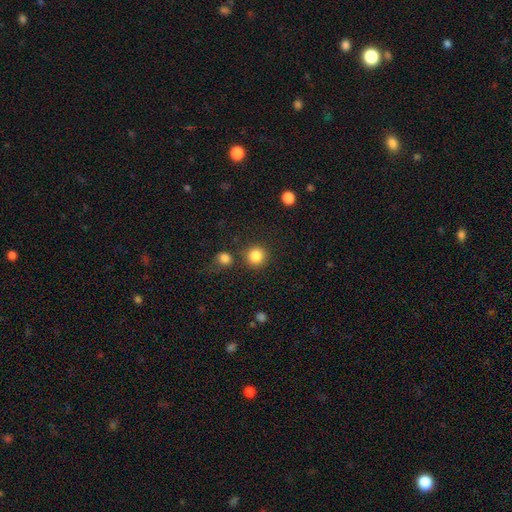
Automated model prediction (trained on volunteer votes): Morphology: type=smooth (85%); roundness=round (93%); merging=none (84%).